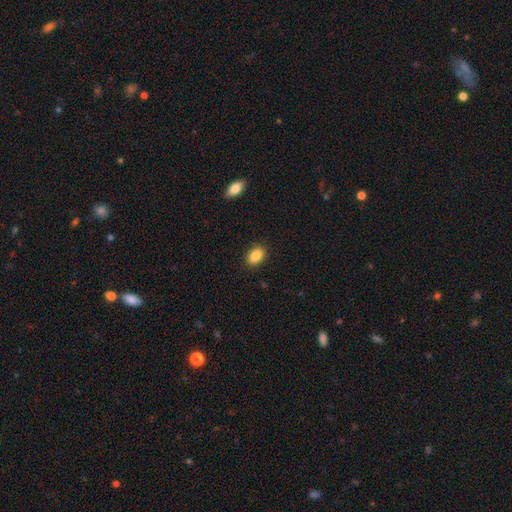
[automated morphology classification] A smooth galaxy with no disk features (88%) that is in between round and cigar-shaped (82%). Merging: none (89%).